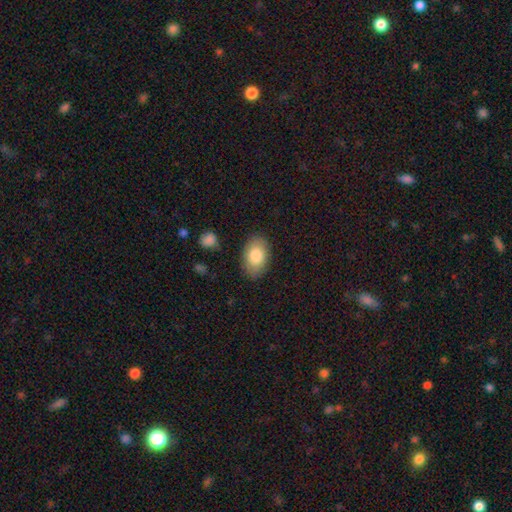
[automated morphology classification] smooth_or_featured: smooth (p=0.82) [alt: featured or disk p=0.12]
how_rounded: in between (p=0.91) [alt: round p=0.08]
merging: none (p=0.84) [alt: minor disturbance p=0.11]